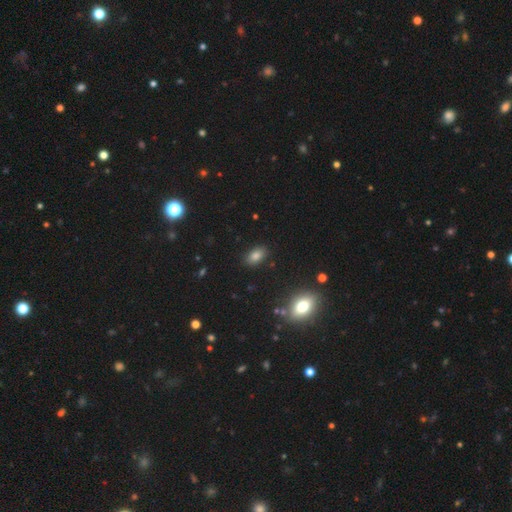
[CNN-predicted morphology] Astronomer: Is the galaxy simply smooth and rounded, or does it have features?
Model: smooth — 81%.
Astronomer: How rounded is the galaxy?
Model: in between — 89%.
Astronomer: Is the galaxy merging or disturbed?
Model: none — 87%.